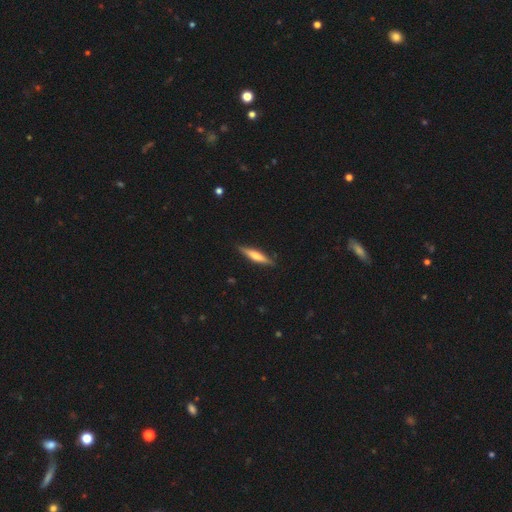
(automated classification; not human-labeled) smooth 51%, featured or disk 43%, star or artifact 6%. Down the decision tree: how rounded — cigar-shaped (85%); merging — none (87%).